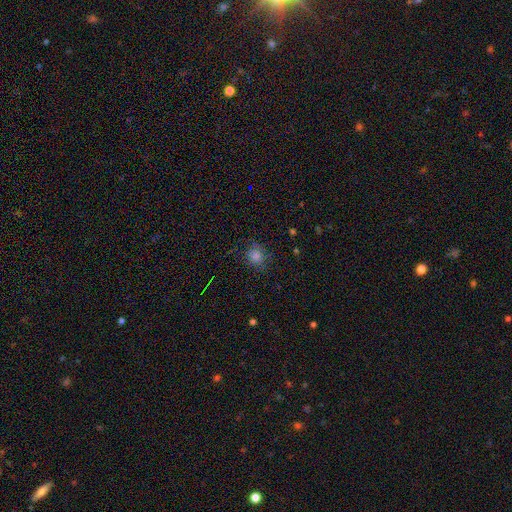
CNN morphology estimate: smooth 64%, star or artifact 24%, featured or disk 12%. Down the decision tree: how rounded — round (79%); merging — none (75%).